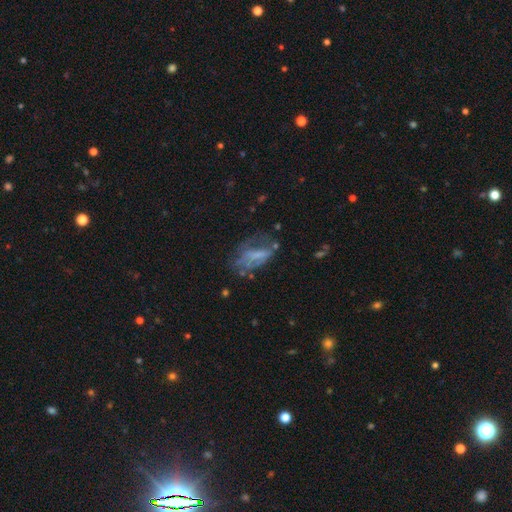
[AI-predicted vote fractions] Morphology: type=featured or disk (49%); merging=major disturbance (35%, tied with none).